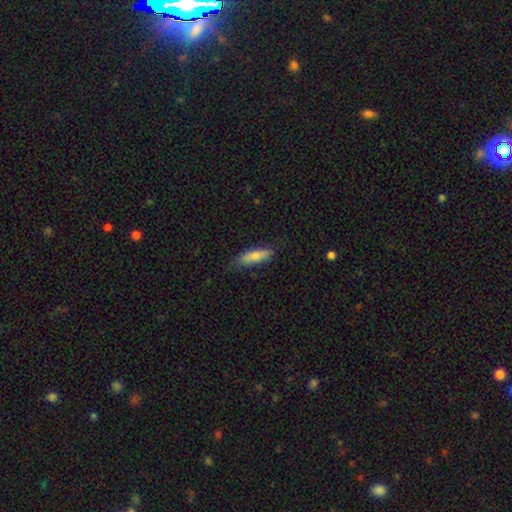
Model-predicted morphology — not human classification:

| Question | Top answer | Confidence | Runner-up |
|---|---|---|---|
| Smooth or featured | smooth | 76% | featured or disk (18%) |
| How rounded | cigar-shaped | 53% | in between (45%) |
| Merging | none | 74% | minor disturbance (20%) |